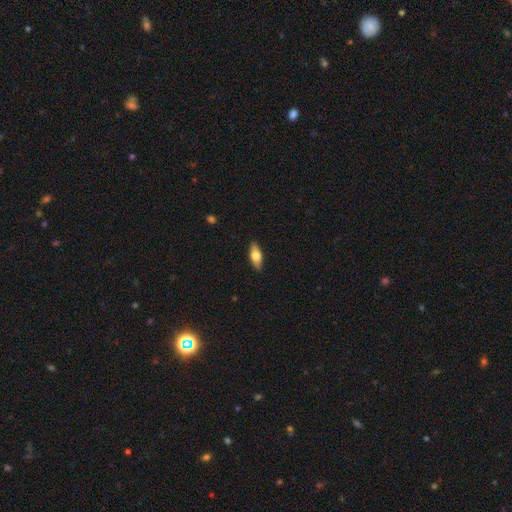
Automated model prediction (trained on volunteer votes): smooth_or_featured: smooth (p=0.66) [alt: featured or disk p=0.28]
how_rounded: in between (p=0.74) [alt: cigar-shaped p=0.23]
merging: none (p=0.88) [alt: minor disturbance p=0.09]